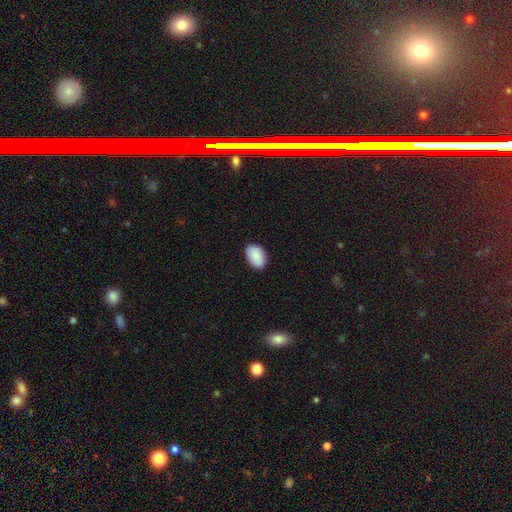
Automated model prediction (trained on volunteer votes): smooth-or-featured: smooth: 89% | star or artifact: 6% | featured or disk: 5%
  how-rounded: in between: 89% | round: 10% | cigar-shaped: 1%
  merging: none: 88% | minor disturbance: 9% | major disturbance: 2% | merger: 1%